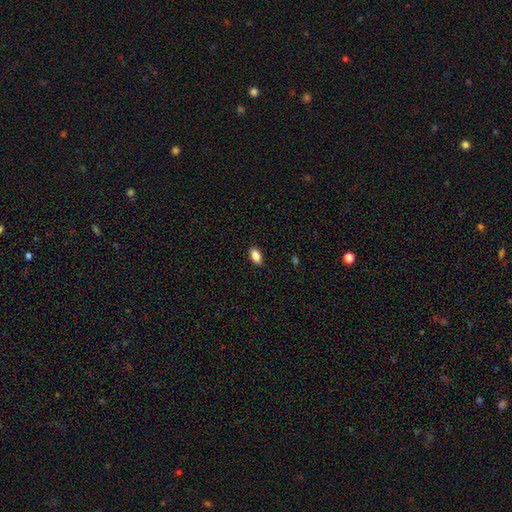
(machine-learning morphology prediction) Smooth or featured? smooth (88%)
How rounded? in between (92%)
Merging? none (89%)